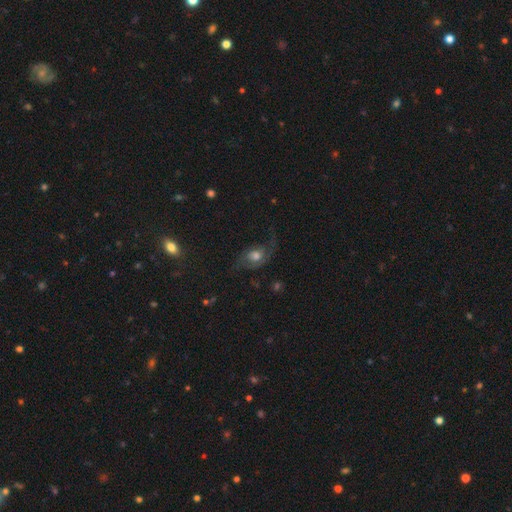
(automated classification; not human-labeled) Smooth or featured?
  - featured or disk: 61% *
  - smooth: 29%
  - star or artifact: 11%
Edge-on disk?
  - no: 94% *
  - yes: 6%
Bar?
  - no: 72% *
  - weak: 24%
  - strong: 4%
Spiral arms?
  - yes: 86% *
  - no: 14%
Bulge size?
  - moderate: 60% *
  - large: 22%
  - small: 13%
  - dominant: 3%
  - none: 2%
Merging?
  - none: 51% *
  - major disturbance: 25%
  - minor disturbance: 21%
  - merger: 2%